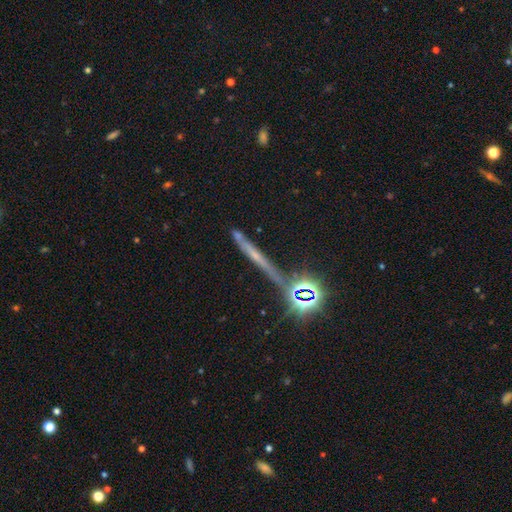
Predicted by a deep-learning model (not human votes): Smooth or featured?
  - featured or disk: 36% * (tied)
  - star or artifact: 36% * (tied)
  - smooth: 28%
Merging?
  - none: 71% *
  - minor disturbance: 15%
  - merger: 9%
  - major disturbance: 6%